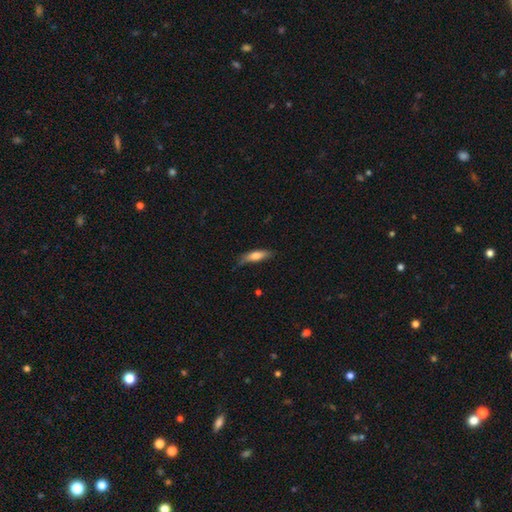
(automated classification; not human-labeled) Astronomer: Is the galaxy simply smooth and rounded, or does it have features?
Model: smooth — 70%.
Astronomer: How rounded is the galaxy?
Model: cigar-shaped — 63%.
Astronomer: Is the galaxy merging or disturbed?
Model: none — 68%.